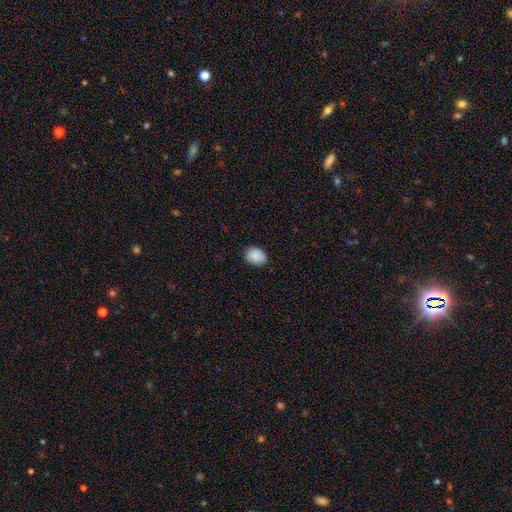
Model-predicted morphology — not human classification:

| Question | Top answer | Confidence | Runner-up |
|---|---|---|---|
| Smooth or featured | smooth | 88% | star or artifact (8%) |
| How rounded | in between | 58% | round (41%) |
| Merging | none | 83% | minor disturbance (14%) |